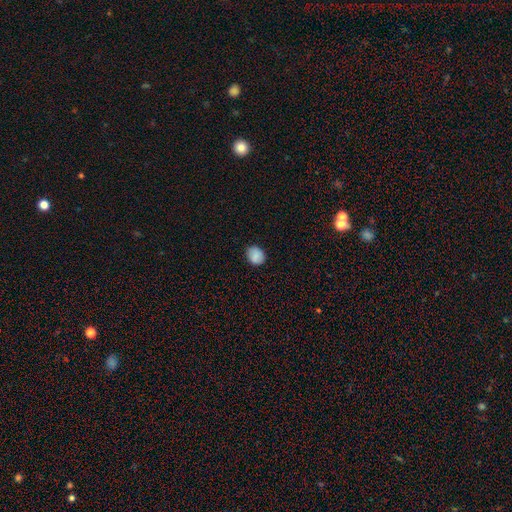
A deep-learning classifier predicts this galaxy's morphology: Smooth or featured? Predicted: smooth (p=0.87). How rounded? Predicted: round (p=0.63). Merging? Predicted: none (p=0.83).